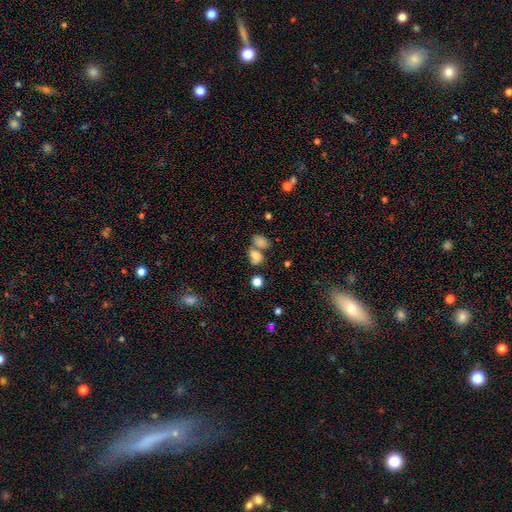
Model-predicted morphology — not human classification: A smooth galaxy with no disk features (74%) that is in between round and cigar-shaped (68%). Merging: merger (47%).